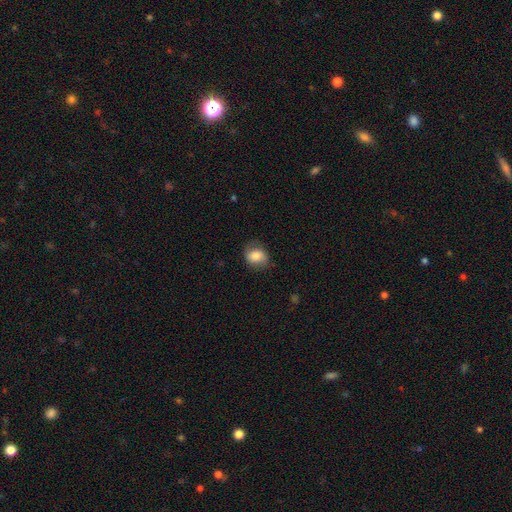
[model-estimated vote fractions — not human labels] Smooth or featured? Predicted: smooth (p=0.72). How rounded? Predicted: in between (p=0.55). Merging? Predicted: none (p=0.70).